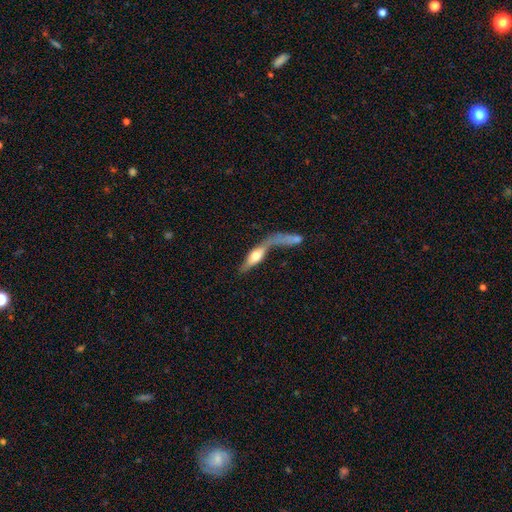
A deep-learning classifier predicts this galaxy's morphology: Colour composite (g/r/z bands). It shows a featured or disk galaxy (49%). Merging: merger (39%).